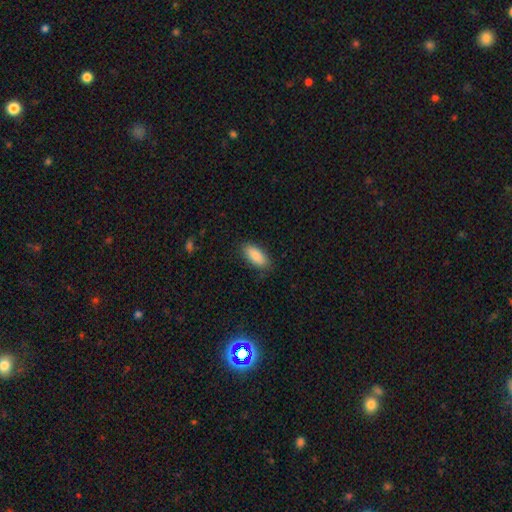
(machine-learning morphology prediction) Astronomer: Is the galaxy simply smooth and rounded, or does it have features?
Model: smooth — 88%.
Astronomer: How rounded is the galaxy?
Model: in between — 87%.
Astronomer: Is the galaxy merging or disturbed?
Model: none — 85%.